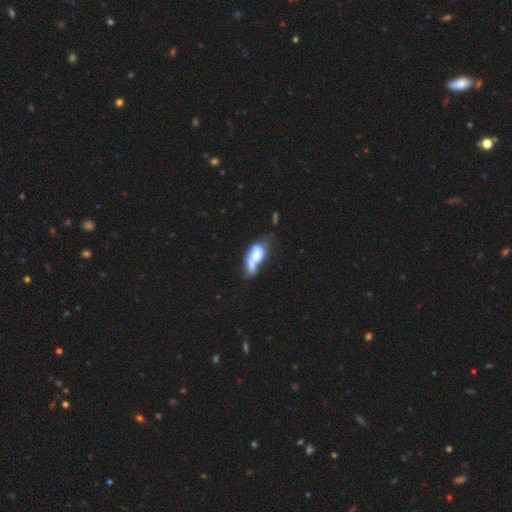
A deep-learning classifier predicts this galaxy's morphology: smooth-or-featured: smooth: 54% | featured or disk: 37% | star or artifact: 9%
  how-rounded: in between: 78% | cigar-shaped: 12% | round: 10%
  merging: merger: 56% | none: 16% | major disturbance: 16% | minor disturbance: 12%